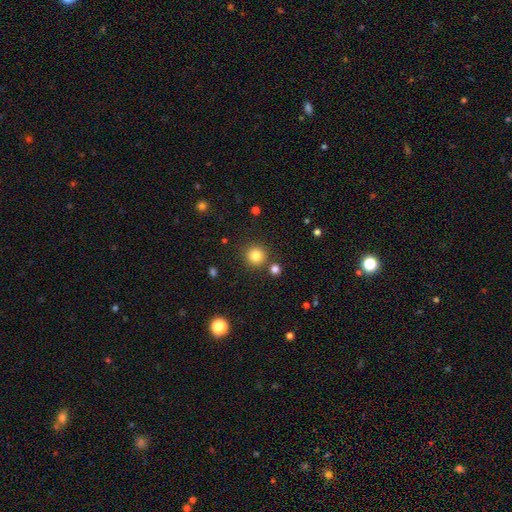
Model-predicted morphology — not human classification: A smooth galaxy with no disk features (82%) that is round (95%).

Vote fractions:
- Smooth or featured? smooth: 82% / star or artifact: 12% / featured or disk: 5%
- How rounded? round: 95% / in between: 5% / cigar-shaped: 1%
- Merging? none: 86% / minor disturbance: 6% / merger: 5% / major disturbance: 2%